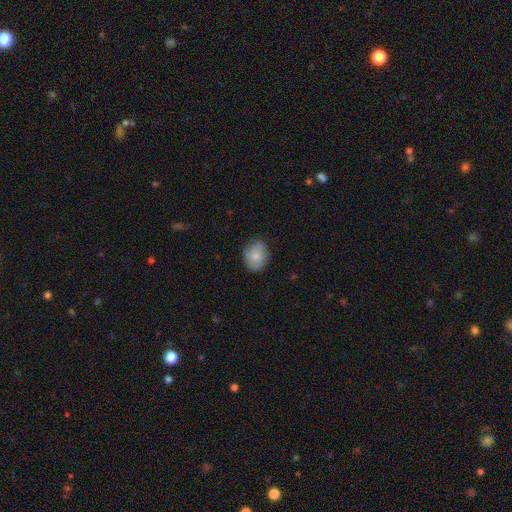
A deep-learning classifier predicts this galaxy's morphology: Q: Smooth or featured?
A: smooth (79%); runner-up: featured or disk (14%)
Q: How rounded?
A: round (55%); runner-up: in between (44%)
Q: Merging?
A: none (77%); runner-up: minor disturbance (19%)